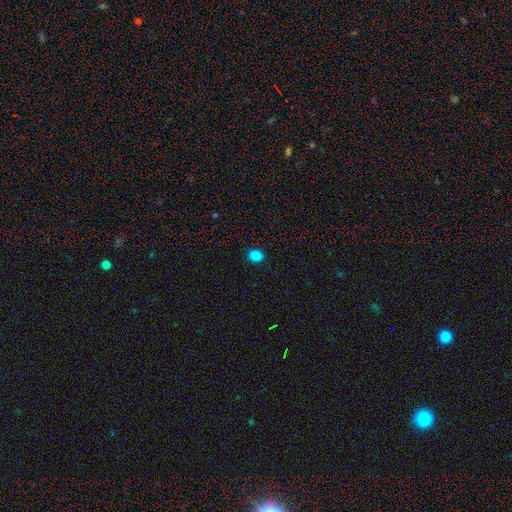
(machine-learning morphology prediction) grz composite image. It shows a smooth galaxy with no disk features (86%) that is round (56%). Merging: none (91%).